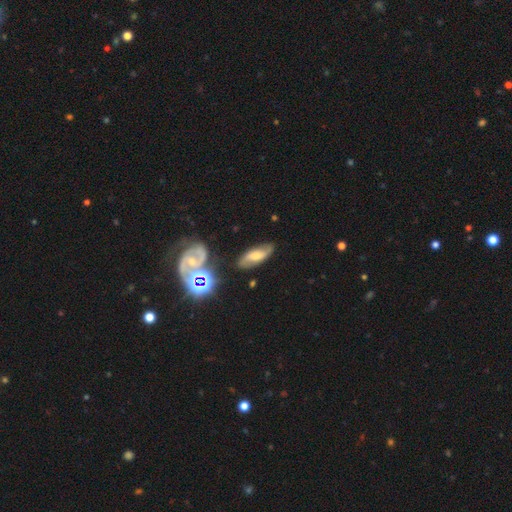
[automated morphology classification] featured or disk 57%, smooth 33%, star or artifact 10%. Down the decision tree: edge-on disk — no (87%); merging — none (74%).